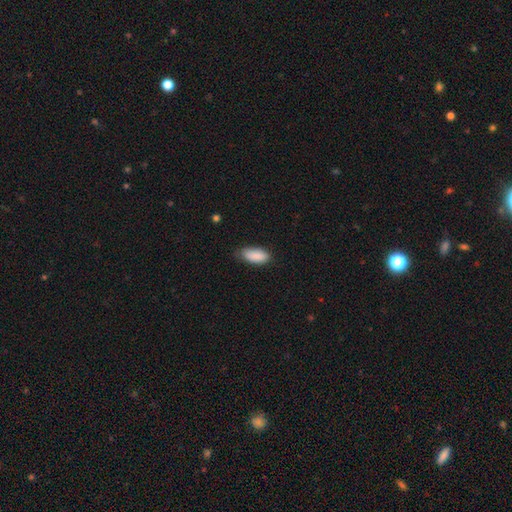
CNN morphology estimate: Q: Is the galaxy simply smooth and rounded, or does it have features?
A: smooth — 89%.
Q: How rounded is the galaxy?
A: in between — 87%.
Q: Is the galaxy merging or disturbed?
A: none — 70%.